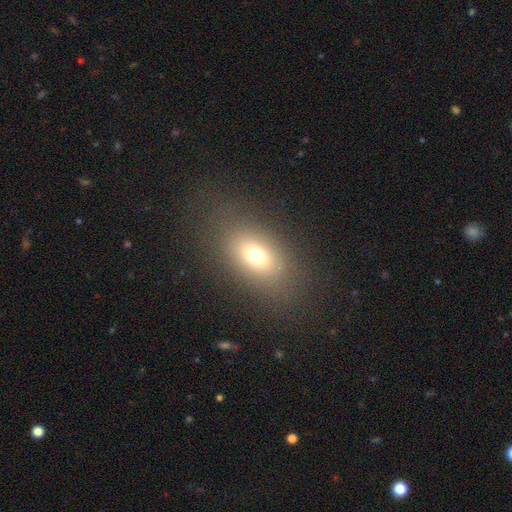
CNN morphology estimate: This appears to be a smooth galaxy with no disk features (69%) that is in between round and cigar-shaped (79%). Merging: none (80%).